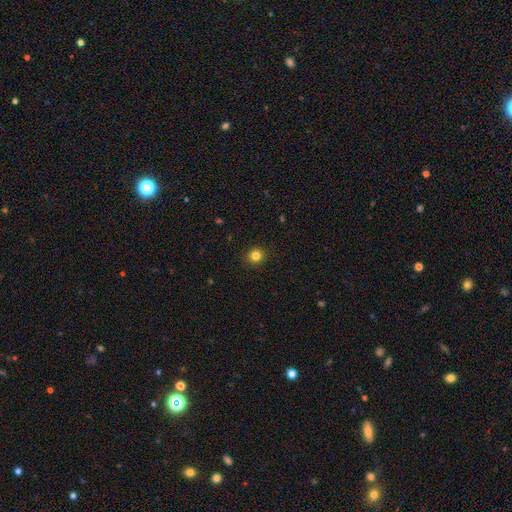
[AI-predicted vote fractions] This is clearly a smooth galaxy (82%). How rounded: clearly round (91%). Merging: clearly none (92%).